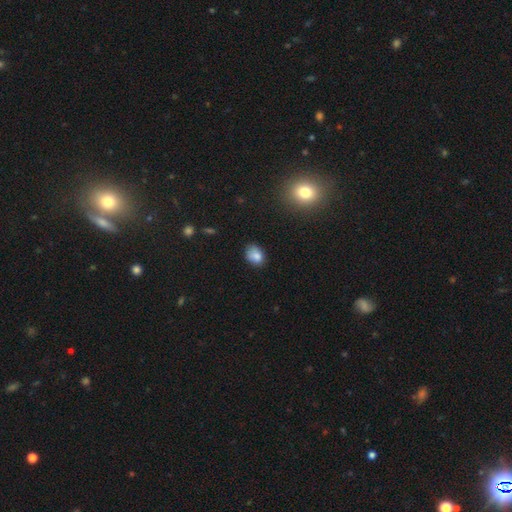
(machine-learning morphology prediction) Smooth or featured: smooth — 79% (star or artifact — 11%)
How rounded: in between — 66% (round — 32%)
Merging: none — 60% (minor disturbance — 29%)